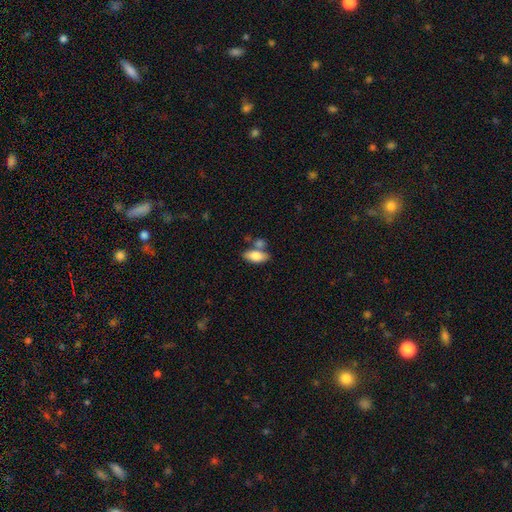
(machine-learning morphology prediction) Overall: smooth (80%). How rounded: in between (86%). Merging: none (57%; merger 25%).